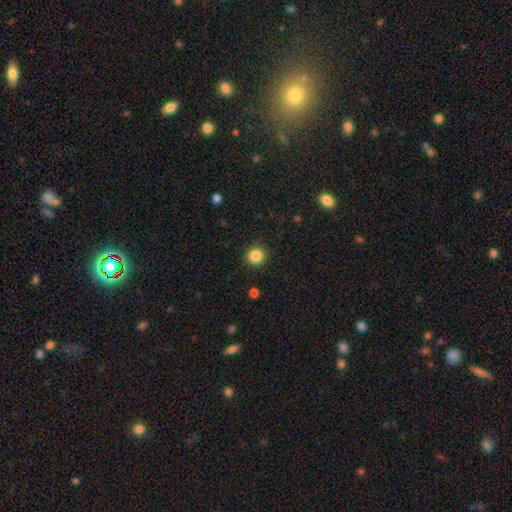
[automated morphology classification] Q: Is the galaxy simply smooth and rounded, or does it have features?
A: smooth — 86%.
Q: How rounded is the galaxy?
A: round — 92%.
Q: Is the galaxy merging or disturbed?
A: none — 91%.